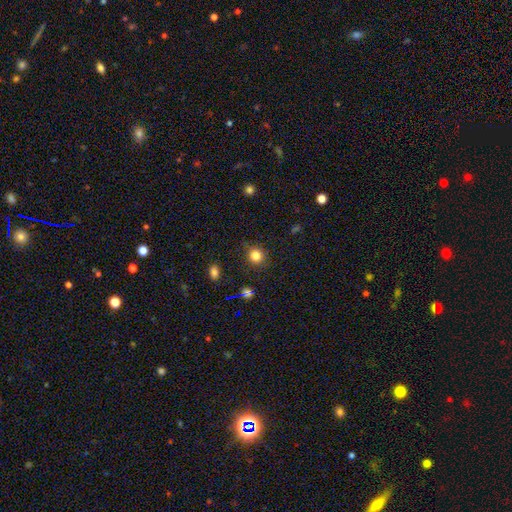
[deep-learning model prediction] This is clearly a smooth galaxy (82%). How rounded: clearly round (85%). Merging: clearly none (87%).